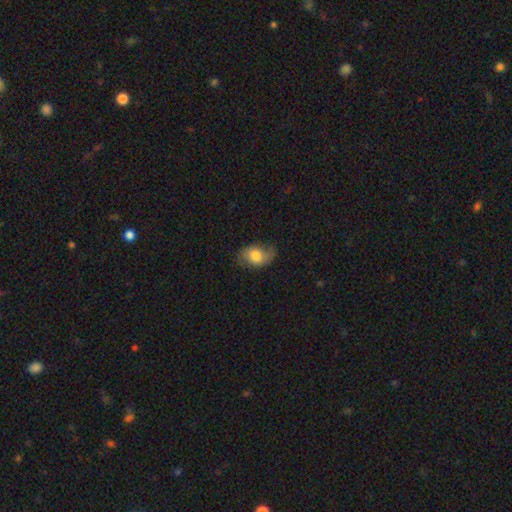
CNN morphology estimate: Smooth or featured?
  - smooth: 65% *
  - featured or disk: 27%
  - star or artifact: 8%
How rounded?
  - in between: 81% *
  - round: 18%
  - cigar-shaped: 1%
Merging?
  - none: 64% *
  - minor disturbance: 26%
  - major disturbance: 9%
  - merger: 1%